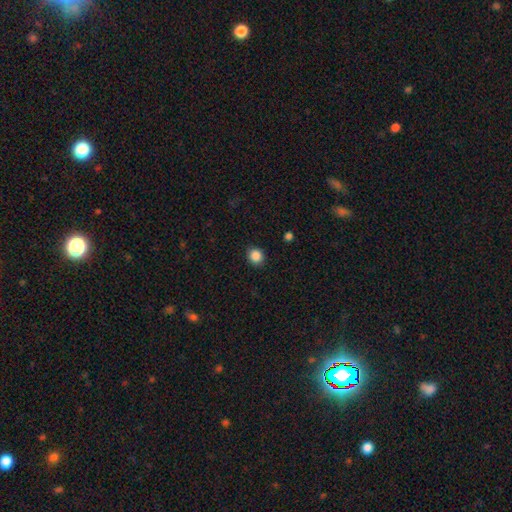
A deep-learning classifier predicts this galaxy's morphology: The model was most divided on "how rounded": round: 84%, in between: 15%, cigar-shaped: 1%. More confident: merging — none (91%); smooth or featured — smooth (87%).